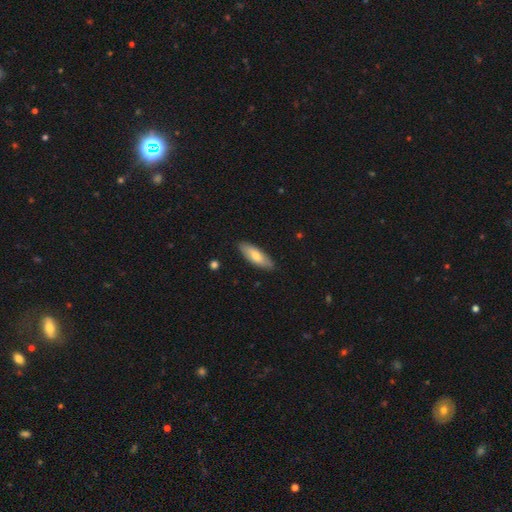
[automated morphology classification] This appears to be a smooth galaxy with no disk features (72%) that is in between round and cigar-shaped (65%). Merging: none (87%).